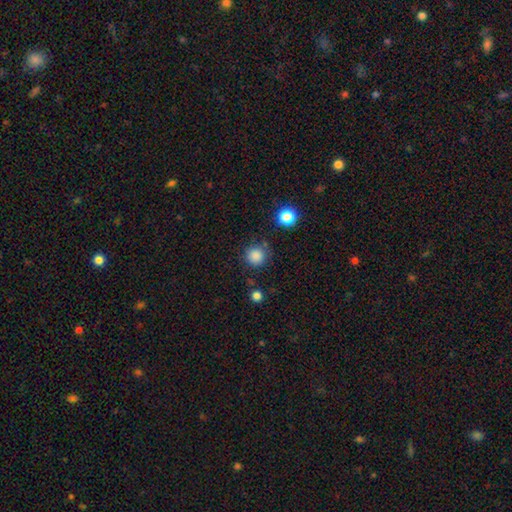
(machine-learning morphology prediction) Smooth or featured? smooth (84%)
How rounded? round (94%)
Merging? none (83%)